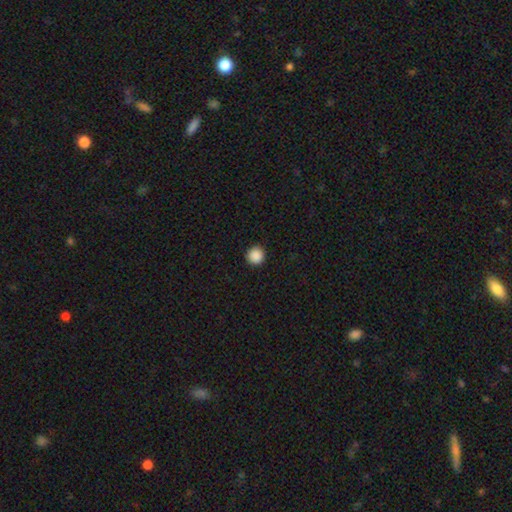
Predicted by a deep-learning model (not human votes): This is clearly a smooth galaxy (89%). How rounded: clearly round (96%). Merging: clearly none (93%).